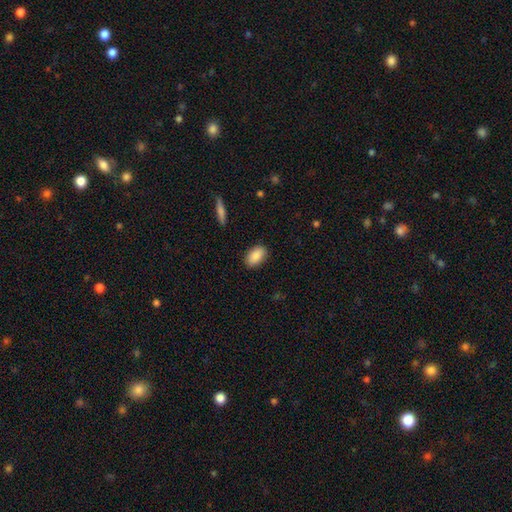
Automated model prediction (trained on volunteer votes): Smooth or featured? Predicted: smooth (p=0.88). How rounded? Predicted: in between (p=0.92). Merging? Predicted: none (p=0.88).